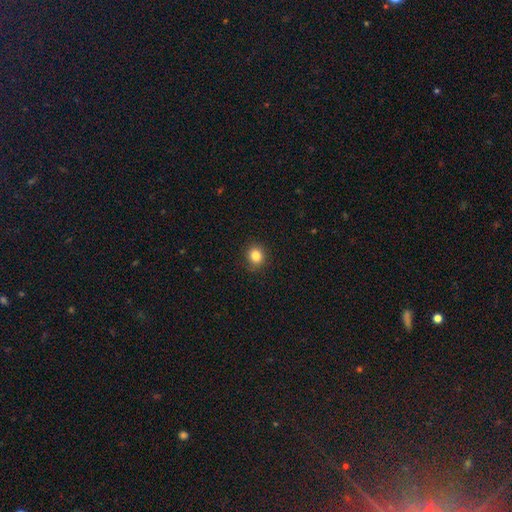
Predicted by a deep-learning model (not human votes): Q: Smooth or featured?
A: smooth (84%); runner-up: star or artifact (11%)
Q: How rounded?
A: round (78%); runner-up: in between (21%)
Q: Merging?
A: none (89%); runner-up: minor disturbance (8%)